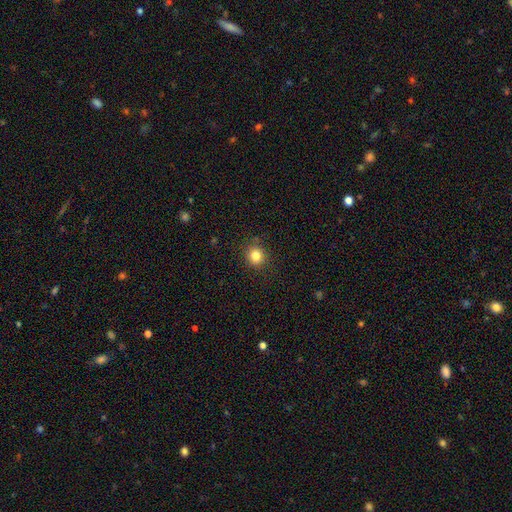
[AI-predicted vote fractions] Morphology: type=smooth (82%); roundness=round (85%); merging=none (89%).